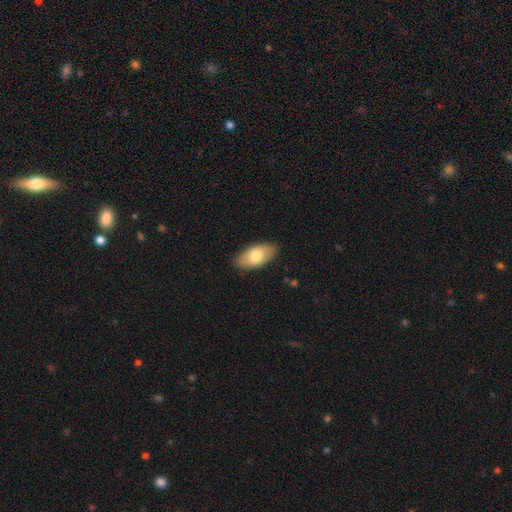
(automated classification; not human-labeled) Smooth or featured: smooth — 74% (featured or disk — 20%)
How rounded: in between — 93% (cigar-shaped — 4%)
Merging: none — 87% (minor disturbance — 10%)